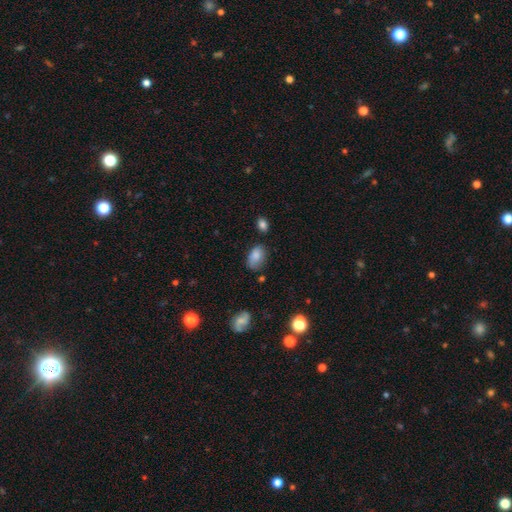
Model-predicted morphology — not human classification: Smooth or featured?
  - smooth: 84% *
  - star or artifact: 9%
  - featured or disk: 8%
How rounded?
  - in between: 90% *
  - round: 8%
  - cigar-shaped: 2%
Merging?
  - none: 64% *
  - minor disturbance: 26%
  - major disturbance: 6%
  - merger: 4%